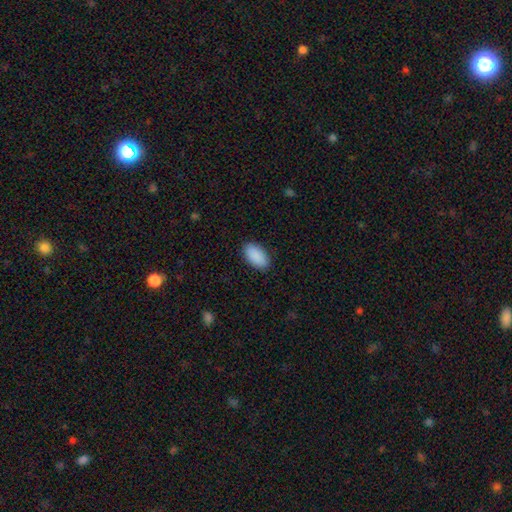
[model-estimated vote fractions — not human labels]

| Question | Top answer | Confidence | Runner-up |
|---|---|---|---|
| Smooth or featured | smooth | 91% | star or artifact (6%) |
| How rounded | in between | 95% | round (3%) |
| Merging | none | 89% | minor disturbance (8%) |